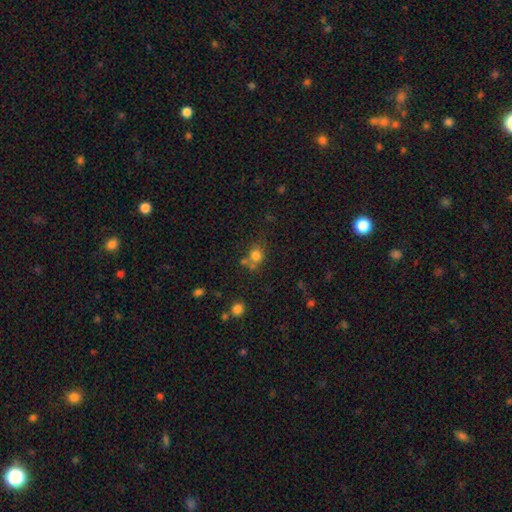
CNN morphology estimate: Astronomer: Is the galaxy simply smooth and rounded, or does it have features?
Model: smooth — 76%.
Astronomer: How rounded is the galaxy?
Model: round — 74%.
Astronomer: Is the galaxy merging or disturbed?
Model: none — 53%.